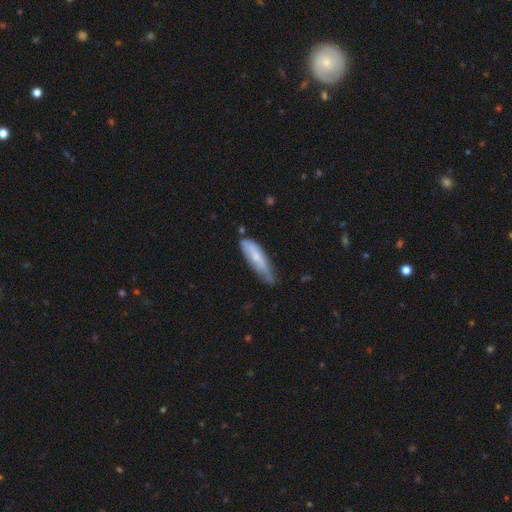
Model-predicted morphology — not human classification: smooth-or-featured: smooth: 63% | featured or disk: 31% | star or artifact: 6%
  how-rounded: cigar-shaped: 64% | in between: 35% | round: 1%
  merging: none: 45% | minor disturbance: 41% | major disturbance: 11% | merger: 4%